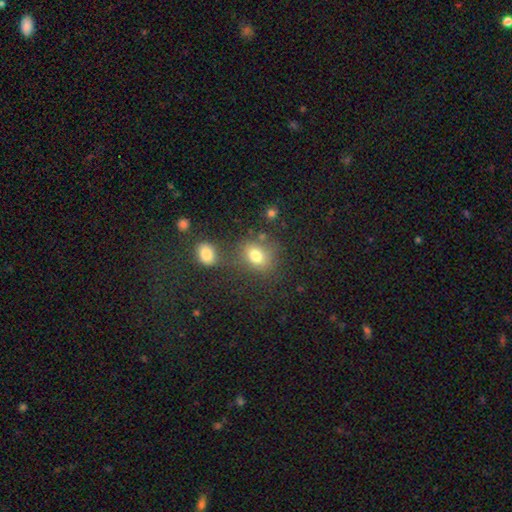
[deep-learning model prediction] The model was most divided on "how rounded": in between: 53%, round: 46%, cigar-shaped: 1%. More confident: smooth or featured — smooth (76%); merging — none (62%).